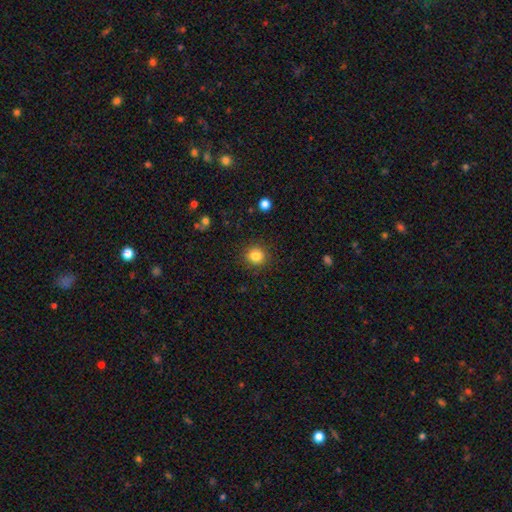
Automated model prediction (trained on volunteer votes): smooth 84%, star or artifact 12%, featured or disk 5%. Down the decision tree: how rounded — round (91%); merging — none (90%).